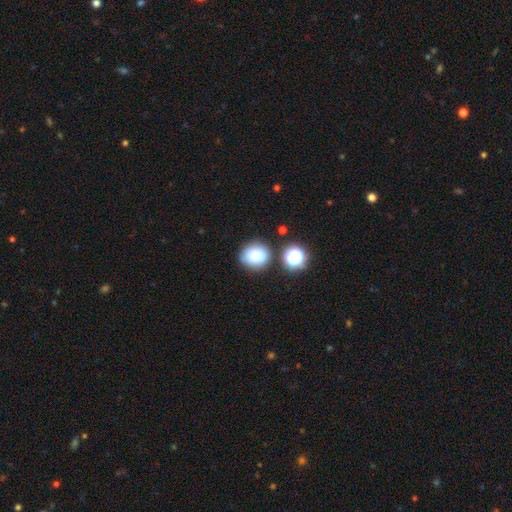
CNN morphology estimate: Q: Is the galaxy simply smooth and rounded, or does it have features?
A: smooth — 82%.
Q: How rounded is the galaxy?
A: round — 81%.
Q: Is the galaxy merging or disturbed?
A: none — 77%.